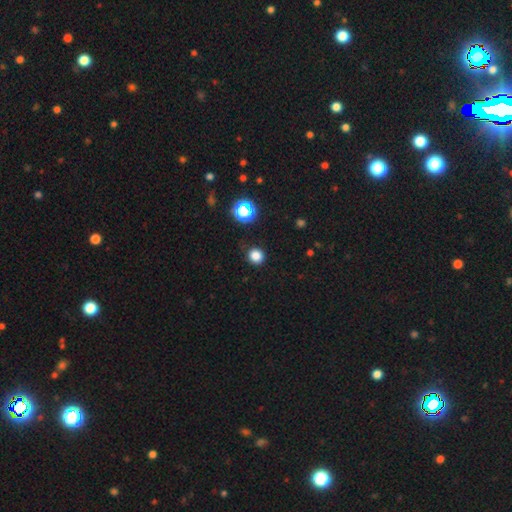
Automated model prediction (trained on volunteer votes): smooth-or-featured: smooth: 81% | star or artifact: 15% | featured or disk: 4%
  how-rounded: round: 88% | in between: 11% | cigar-shaped: 1%
  merging: none: 86% | minor disturbance: 9% | major disturbance: 3% | merger: 1%